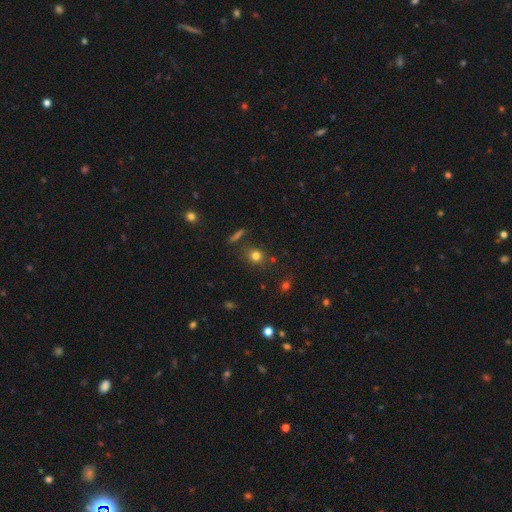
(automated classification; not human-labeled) Smooth or featured? Predicted: smooth (p=0.77). How rounded? Predicted: round (p=0.75). Merging? Predicted: none (p=0.79).